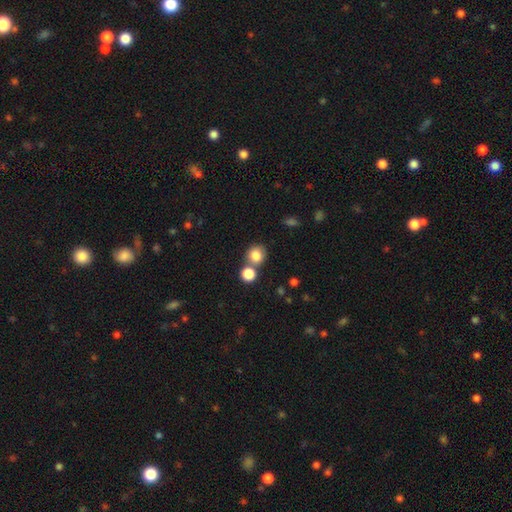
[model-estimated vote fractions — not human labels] Smooth or featured?
  - smooth: 83% *
  - star or artifact: 11%
  - featured or disk: 7%
How rounded?
  - round: 84% *
  - in between: 15%
  - cigar-shaped: 1%
Merging?
  - none: 59% *
  - merger: 28%
  - minor disturbance: 9%
  - major disturbance: 3%